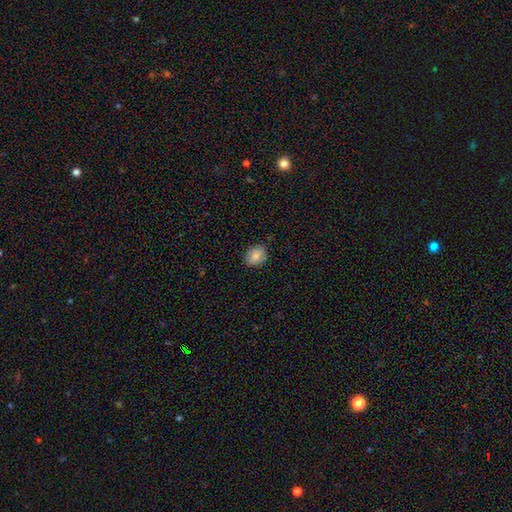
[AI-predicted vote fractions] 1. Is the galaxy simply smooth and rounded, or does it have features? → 85% smooth, 8% star or artifact, 7% featured or disk.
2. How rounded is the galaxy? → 59% in between, 40% round, 1% cigar-shaped.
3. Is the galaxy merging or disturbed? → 83% none, 13% minor disturbance, 3% major disturbance, 1% merger.